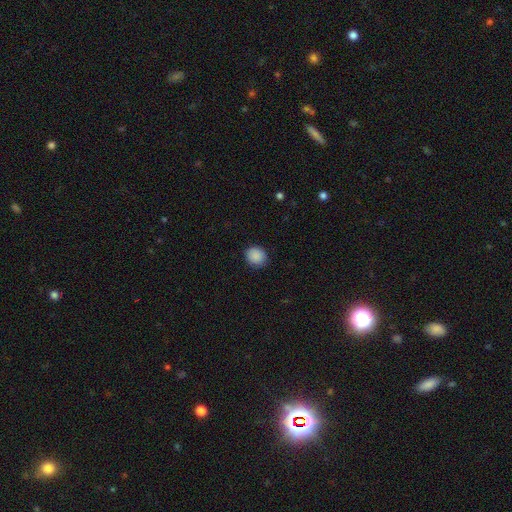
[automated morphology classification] This is clearly a smooth galaxy (89%). How rounded: clearly round (81%). Merging: clearly none (88%).